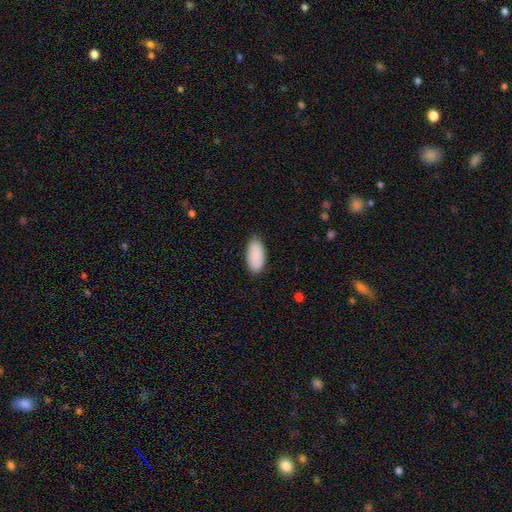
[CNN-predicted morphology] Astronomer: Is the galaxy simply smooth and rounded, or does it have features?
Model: smooth — 90%.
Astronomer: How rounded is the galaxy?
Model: in between — 93%.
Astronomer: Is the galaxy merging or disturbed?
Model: none — 86%.